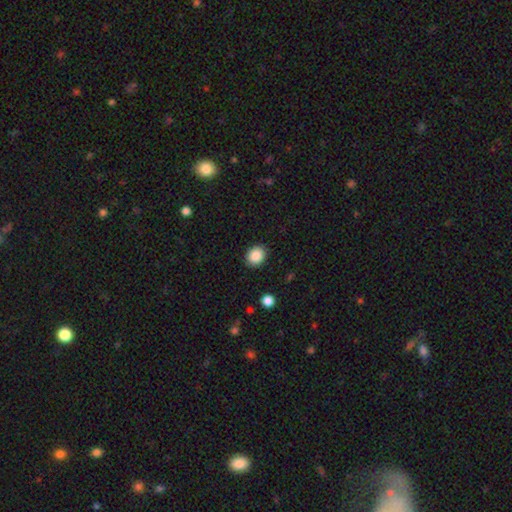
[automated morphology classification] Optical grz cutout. It shows a smooth galaxy with no disk features (88%) that is round (61%). Merging: none (90%).